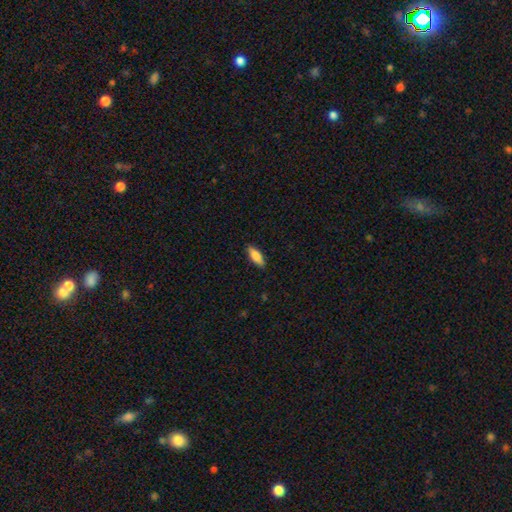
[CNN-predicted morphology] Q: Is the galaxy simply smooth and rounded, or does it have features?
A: smooth — 81%.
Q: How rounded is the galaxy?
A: in between — 69%.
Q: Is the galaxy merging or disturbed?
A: none — 88%.